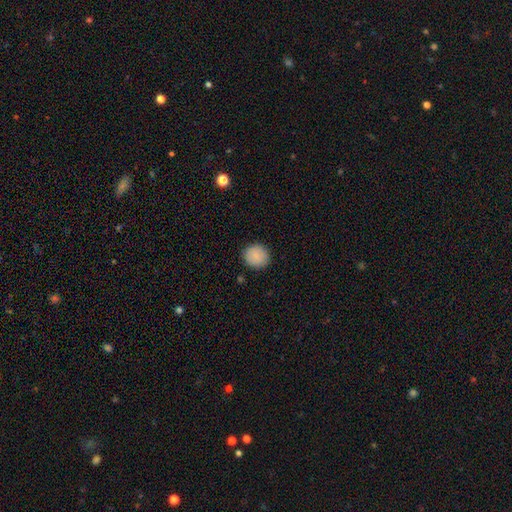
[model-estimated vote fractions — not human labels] smooth_or_featured: smooth (p=0.85) [alt: featured or disk p=0.08]
how_rounded: round (p=0.86) [alt: in between p=0.13]
merging: none (p=0.89) [alt: minor disturbance p=0.08]